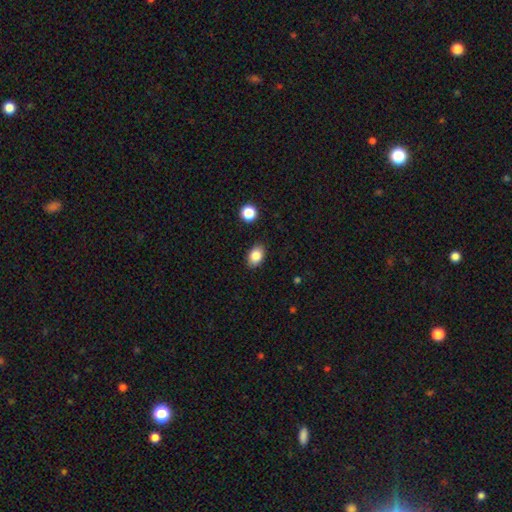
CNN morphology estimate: A smooth galaxy with no disk features (85%) that is in between round and cigar-shaped (83%).

Vote fractions:
- Smooth or featured? smooth: 85% / star or artifact: 9% / featured or disk: 7%
- How rounded? in between: 83% / round: 16% / cigar-shaped: 1%
- Merging? none: 87% / minor disturbance: 9% / major disturbance: 2% / merger: 2%